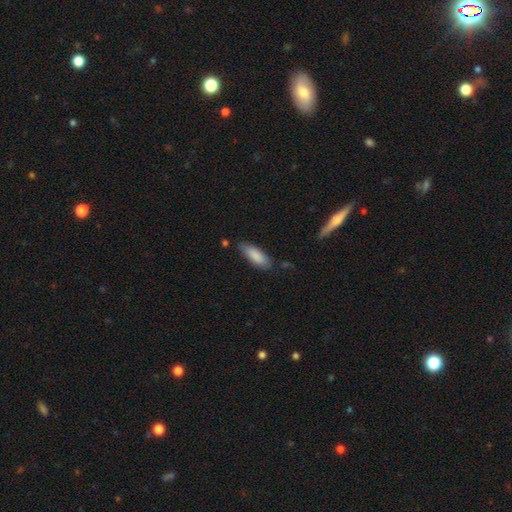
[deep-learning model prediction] Overall: smooth (86%). How rounded: in between (64%; cigar-shaped 35%). Merging: none (73%).